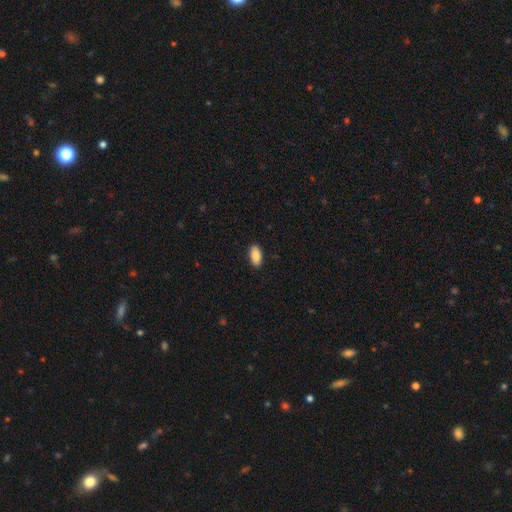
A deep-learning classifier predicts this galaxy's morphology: smooth 89%, star or artifact 7%, featured or disk 4%. Down the decision tree: how rounded — in between (93%); merging — none (90%).